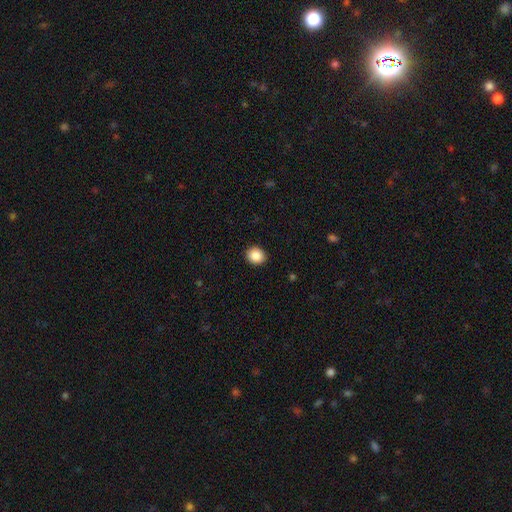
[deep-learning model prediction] This is clearly a smooth galaxy (88%). How rounded: likely round (71%). Merging: clearly none (91%).